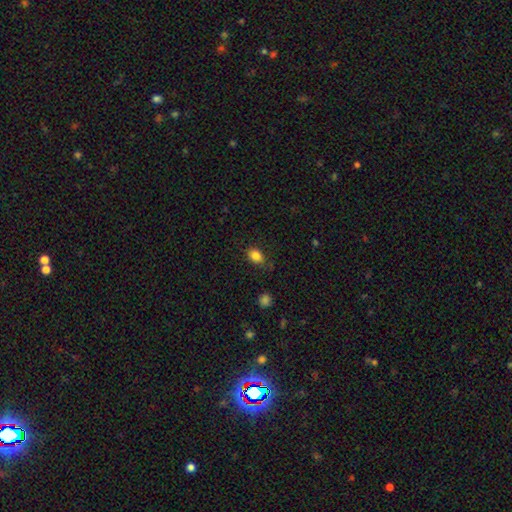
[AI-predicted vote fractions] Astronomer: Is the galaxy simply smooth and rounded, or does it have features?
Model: smooth — 84%.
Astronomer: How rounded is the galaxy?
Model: in between — 73%.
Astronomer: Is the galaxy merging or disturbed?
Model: none — 77%.